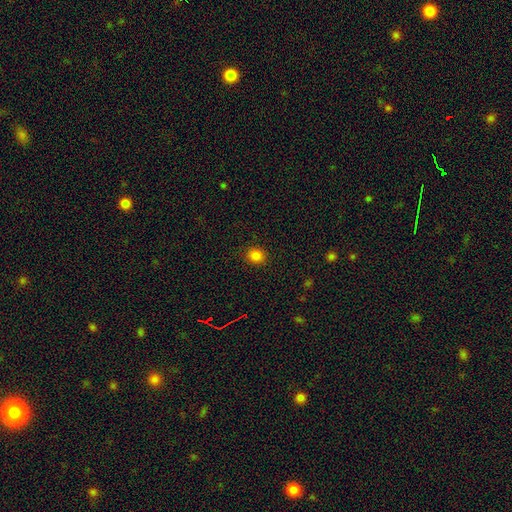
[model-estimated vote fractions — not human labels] Smooth or featured? Predicted: smooth (p=0.83). How rounded? Predicted: round (p=0.74). Merging? Predicted: none (p=0.90).